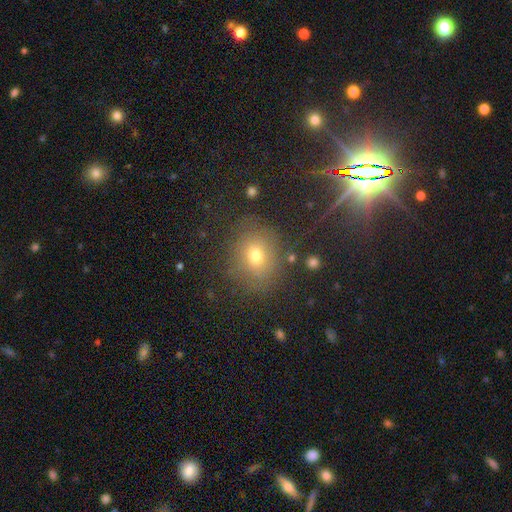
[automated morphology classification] Q: Smooth or featured?
A: smooth (65%); runner-up: star or artifact (22%)
Q: How rounded?
A: round (63%); runner-up: in between (35%)
Q: Merging?
A: none (80%); runner-up: minor disturbance (12%)